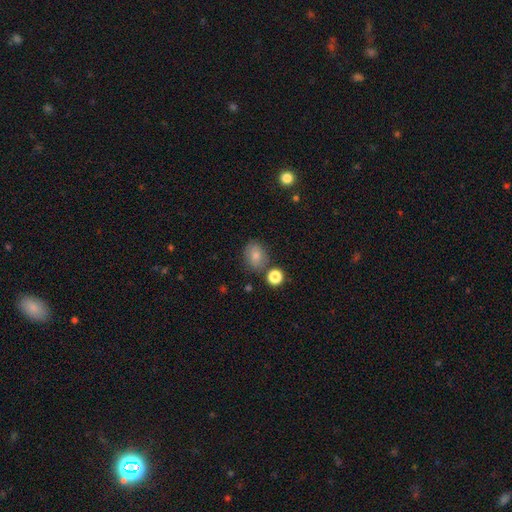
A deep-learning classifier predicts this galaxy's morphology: smooth_or_featured: smooth (p=0.79) [alt: featured or disk p=0.11]
how_rounded: round (p=0.51) [alt: in between p=0.48]
merging: none (p=0.75) [alt: minor disturbance p=0.13]